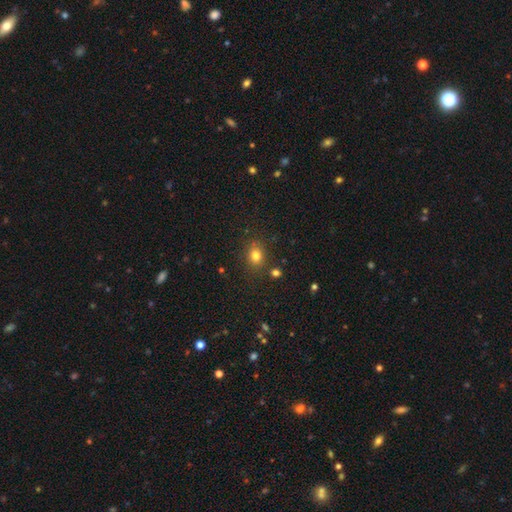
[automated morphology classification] smooth 80%, star or artifact 14%, featured or disk 7%. Down the decision tree: how rounded — round (58%); merging — none (79%).